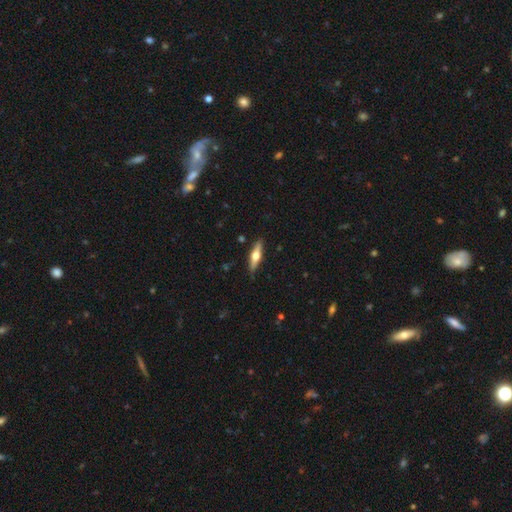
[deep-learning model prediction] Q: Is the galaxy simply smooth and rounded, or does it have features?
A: featured or disk — 55%.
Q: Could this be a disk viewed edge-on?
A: yes — 94%.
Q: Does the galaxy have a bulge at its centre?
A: rounded — 94%.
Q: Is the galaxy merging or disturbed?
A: none — 88%.